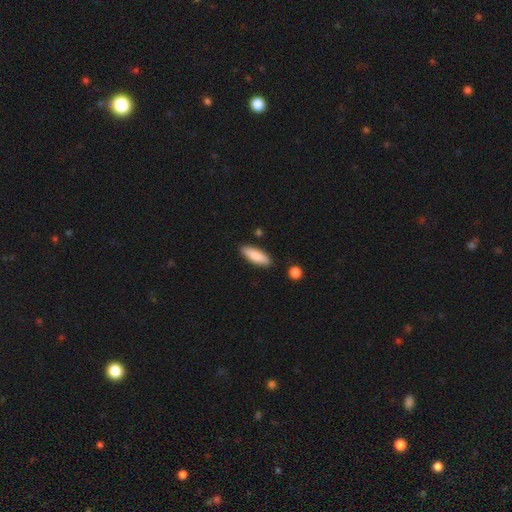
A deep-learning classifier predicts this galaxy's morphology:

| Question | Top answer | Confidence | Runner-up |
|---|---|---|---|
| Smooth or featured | smooth | 86% | featured or disk (9%) |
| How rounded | in between | 60% | cigar-shaped (39%) |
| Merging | none | 87% | minor disturbance (9%) |